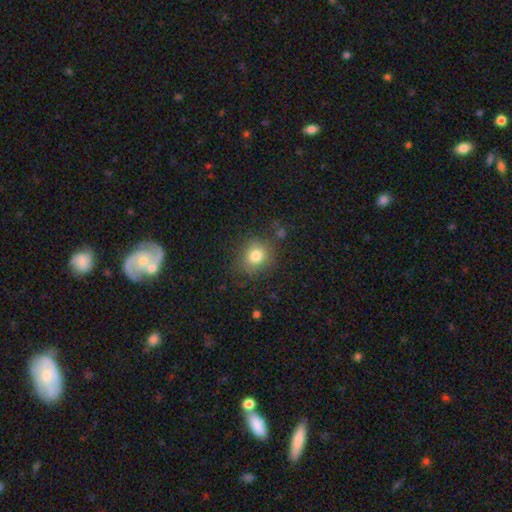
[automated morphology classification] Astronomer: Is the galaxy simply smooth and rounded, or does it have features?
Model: smooth — 80%.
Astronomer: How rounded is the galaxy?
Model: round — 78%.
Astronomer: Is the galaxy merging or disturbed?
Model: none — 78%.